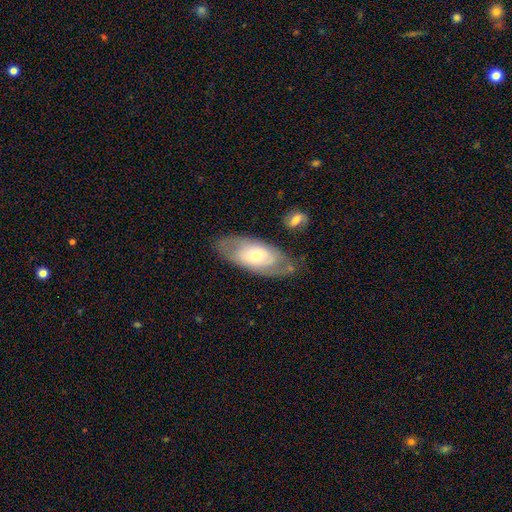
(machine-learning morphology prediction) Overall: featured or disk (48%; smooth 45%). Merging: none (70%).